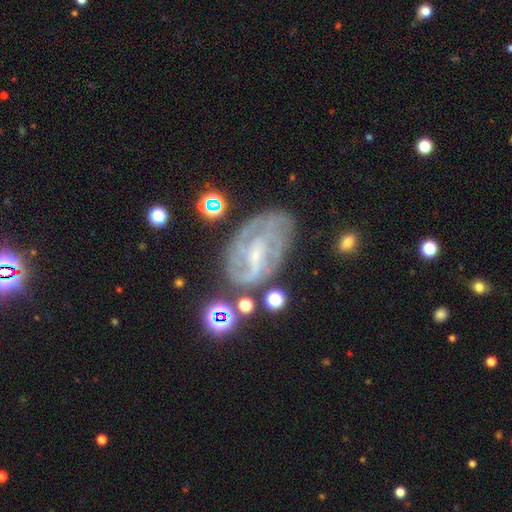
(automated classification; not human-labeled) Morphology: type=featured or disk (79%); edge-on=no (96%); bar=weak (48%); spiral arms=yes (88%); winding=tight (47%); arm count=can't tell (36%); bulge=small (68%); merging=none (63%).